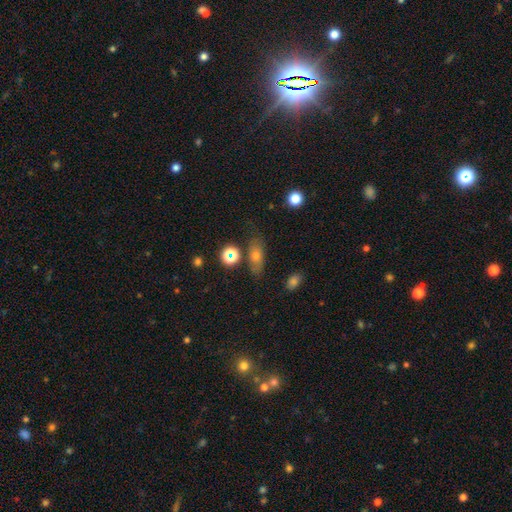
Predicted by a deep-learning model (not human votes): Q: Smooth or featured?
A: smooth (57%); runner-up: featured or disk (23%)
Q: How rounded?
A: in between (66%); runner-up: cigar-shaped (19%)
Q: Merging?
A: none (72%); runner-up: minor disturbance (16%)